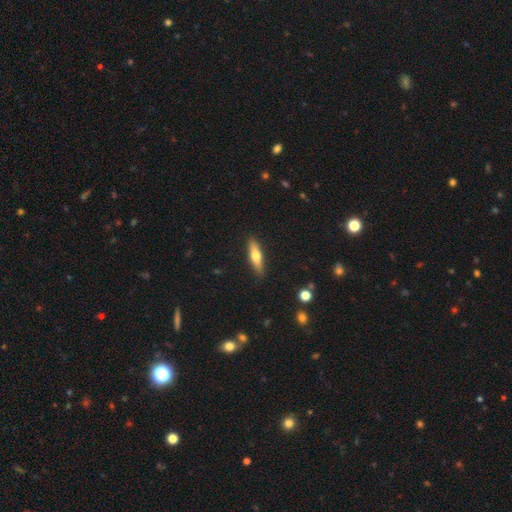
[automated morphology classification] Smooth or featured? smooth (57%)
How rounded? cigar-shaped (70%)
Merging? none (88%)